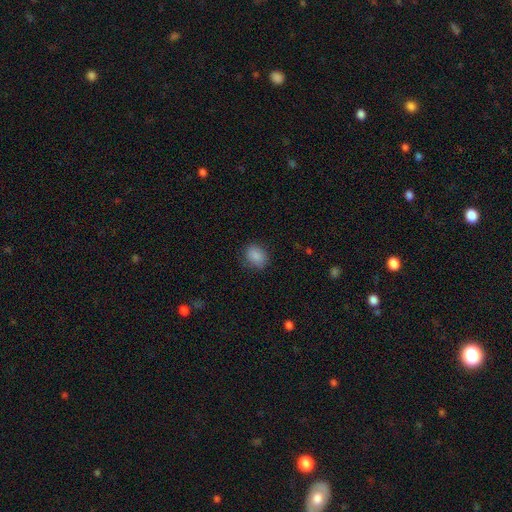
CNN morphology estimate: smooth-or-featured: smooth: 87% | star or artifact: 8% | featured or disk: 5%
  how-rounded: in between: 56% | round: 43% | cigar-shaped: 1%
  merging: none: 78% | minor disturbance: 17% | major disturbance: 4% | merger: 1%